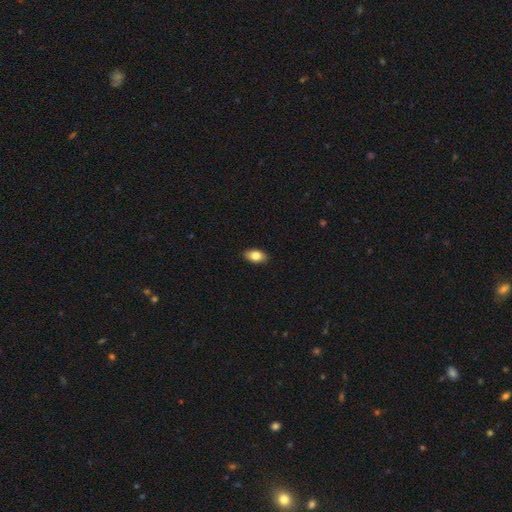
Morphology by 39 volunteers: Smooth or featured? smooth (82%)
How rounded? in between (94%)
Merging? none (89%)